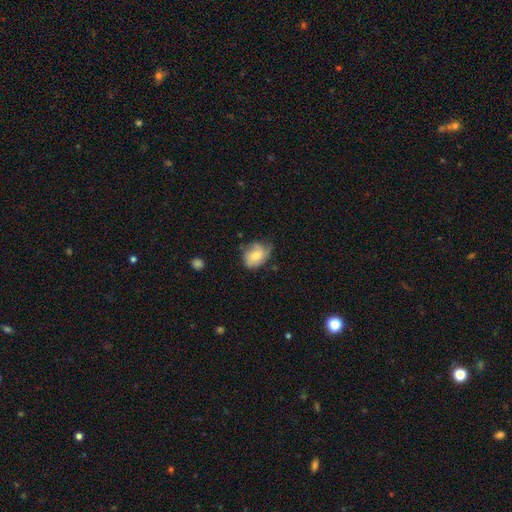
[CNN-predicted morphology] A smooth galaxy with no disk features (64%) that is in between round and cigar-shaped (69%).

Vote fractions:
- Smooth or featured? smooth: 64% / featured or disk: 28% / star or artifact: 8%
- How rounded? in between: 69% / round: 30% / cigar-shaped: 1%
- Merging? none: 46% / minor disturbance: 38% / major disturbance: 14% / merger: 2%